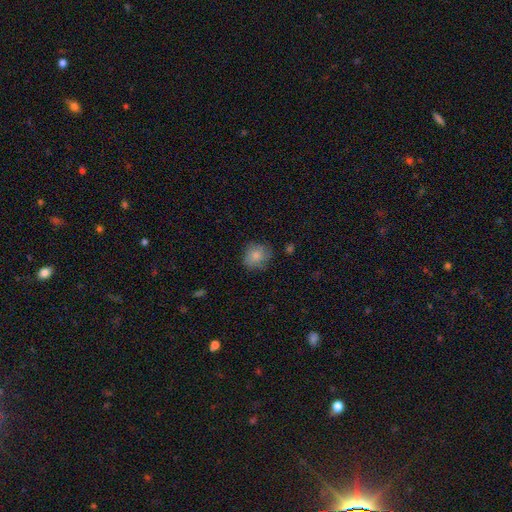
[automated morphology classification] Q: Smooth or featured?
A: smooth (81%); runner-up: featured or disk (11%)
Q: How rounded?
A: round (72%); runner-up: in between (27%)
Q: Merging?
A: none (75%); runner-up: minor disturbance (19%)